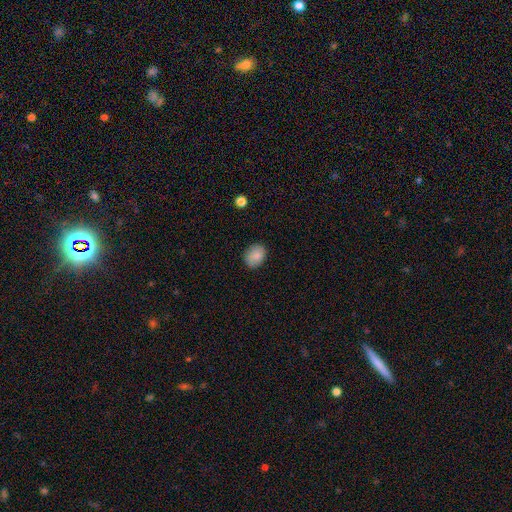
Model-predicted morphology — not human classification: Smooth or featured? Predicted: smooth (p=0.85). How rounded? Predicted: in between (p=0.56). Merging? Predicted: none (p=0.83).